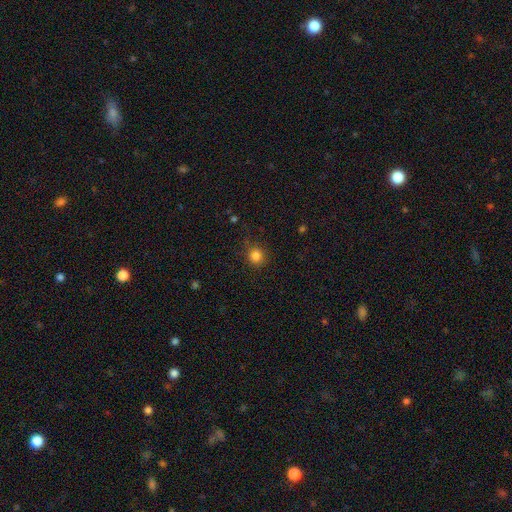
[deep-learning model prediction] Overall: smooth (83%). How rounded: round (90%). Merging: none (82%).